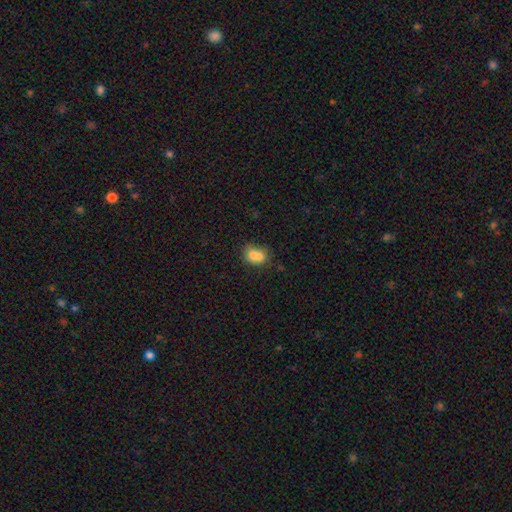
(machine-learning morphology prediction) Overall: smooth (71%). How rounded: in between (55%; round 44%). Merging: merger (56%; none 30%).